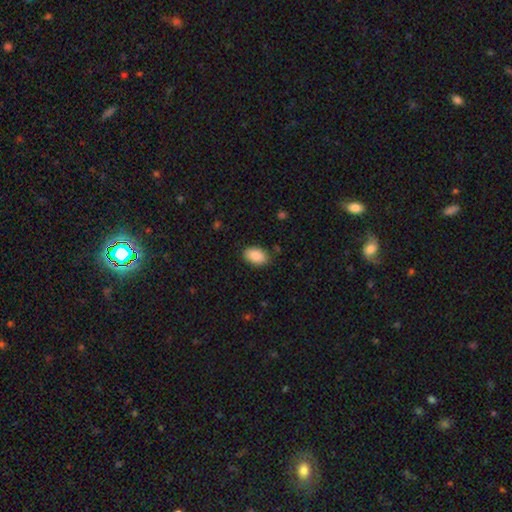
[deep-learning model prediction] A smooth galaxy with no disk features (90%) that is in between round and cigar-shaped (91%).

Vote fractions:
- Smooth or featured? smooth: 90% / star or artifact: 7% / featured or disk: 3%
- How rounded? in between: 91% / round: 8% / cigar-shaped: 1%
- Merging? none: 85% / minor disturbance: 11% / major disturbance: 3% / merger: 1%